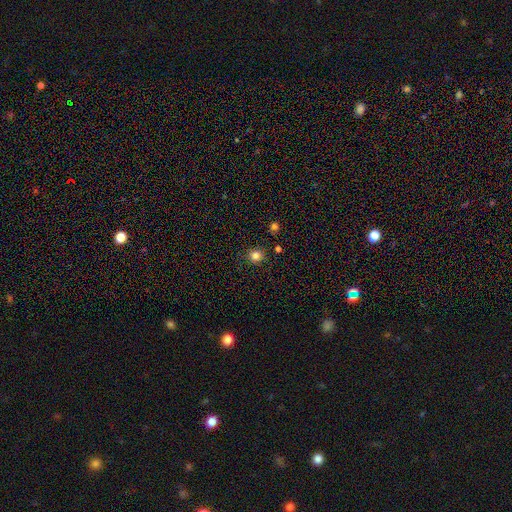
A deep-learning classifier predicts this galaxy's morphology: smooth 82%, star or artifact 13%, featured or disk 5%. Down the decision tree: how rounded — round (92%); merging — none (88%).